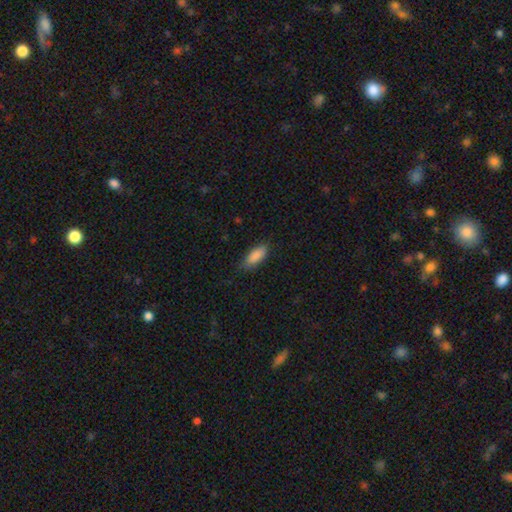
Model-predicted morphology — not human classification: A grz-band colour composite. It shows a smooth galaxy with no disk features (88%) that is in between round and cigar-shaped (80%). Merging: none (78%).